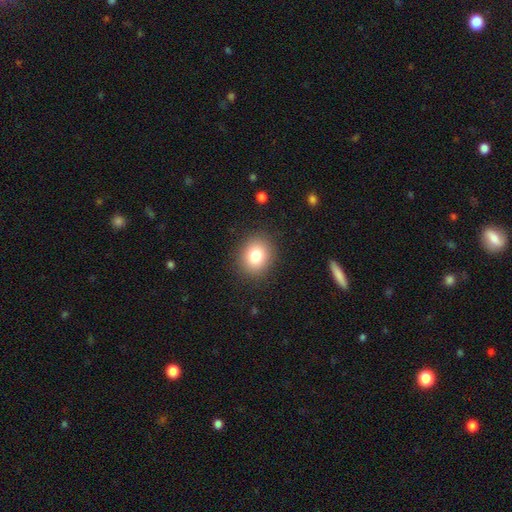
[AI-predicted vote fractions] This appears to be a smooth galaxy with no disk features (79%) that is round (68%). Merging: none (89%).